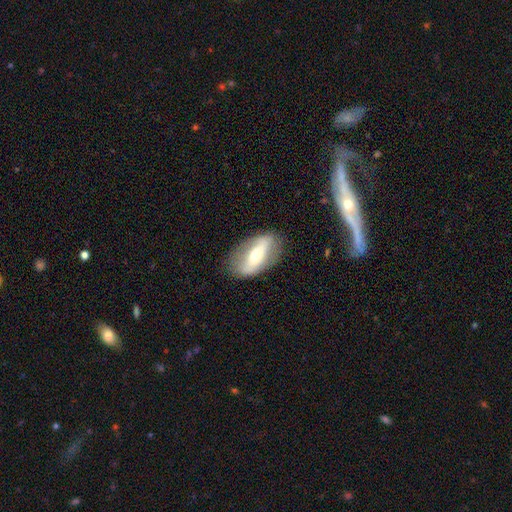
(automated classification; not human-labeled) smooth_or_featured: featured or disk (p=0.57) [alt: smooth p=0.36]
disk_edge_on: no (p=0.80) [alt: yes p=0.20]
merging: none (p=0.78) [alt: minor disturbance p=0.15]